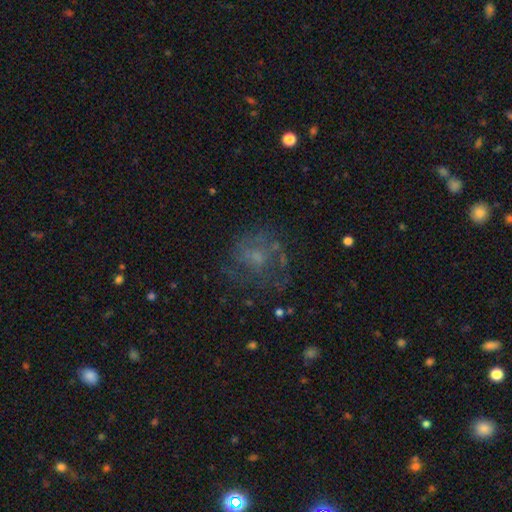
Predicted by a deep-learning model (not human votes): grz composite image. It shows a featured or disk galaxy (50%). Merging: none (57%).